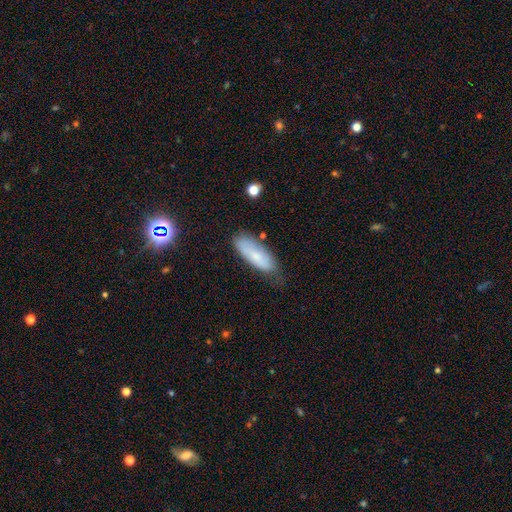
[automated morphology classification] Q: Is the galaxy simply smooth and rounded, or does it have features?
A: smooth — 68%.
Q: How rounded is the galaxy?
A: in between — 63%.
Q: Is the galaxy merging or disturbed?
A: none — 59%.